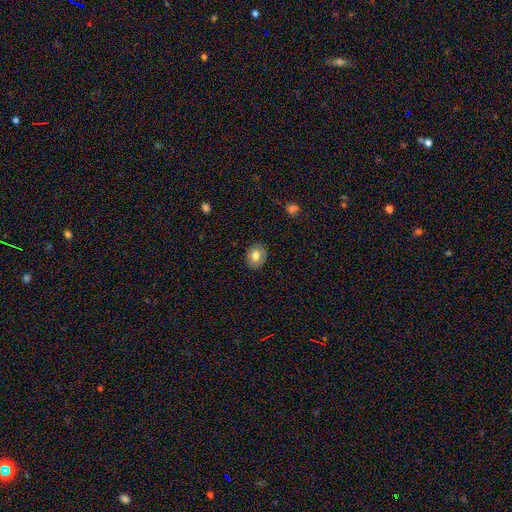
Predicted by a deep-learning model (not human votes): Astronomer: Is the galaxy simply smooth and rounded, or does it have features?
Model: smooth — 73%.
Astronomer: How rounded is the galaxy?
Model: round — 54% (runner-up: in between, 45%).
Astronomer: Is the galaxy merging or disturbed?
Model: none — 86%.